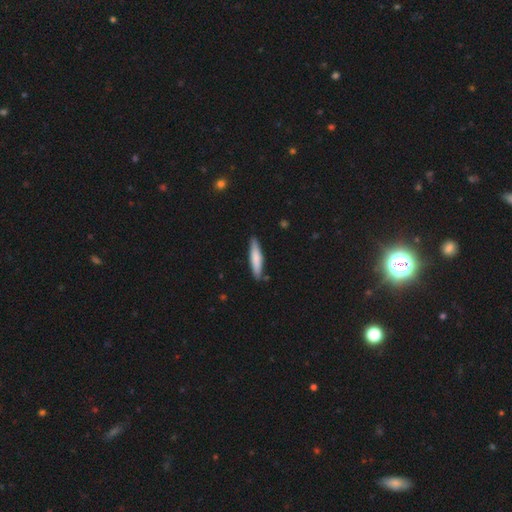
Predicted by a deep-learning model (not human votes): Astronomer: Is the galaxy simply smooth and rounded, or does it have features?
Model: smooth — 73%.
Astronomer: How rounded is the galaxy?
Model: cigar-shaped — 86%.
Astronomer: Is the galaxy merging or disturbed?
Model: none — 84%.